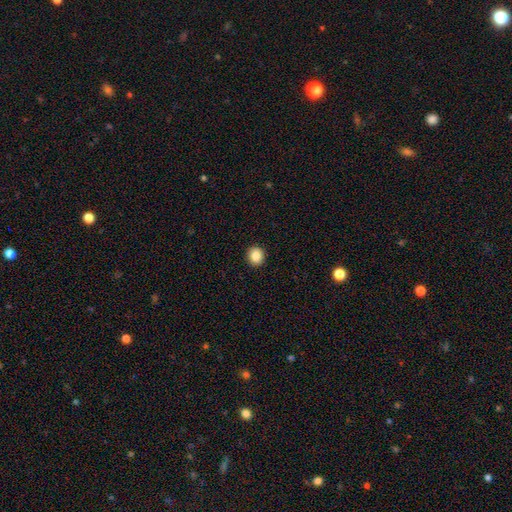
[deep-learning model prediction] This is clearly a smooth galaxy (87%). How rounded: clearly round (87%). Merging: clearly none (93%).